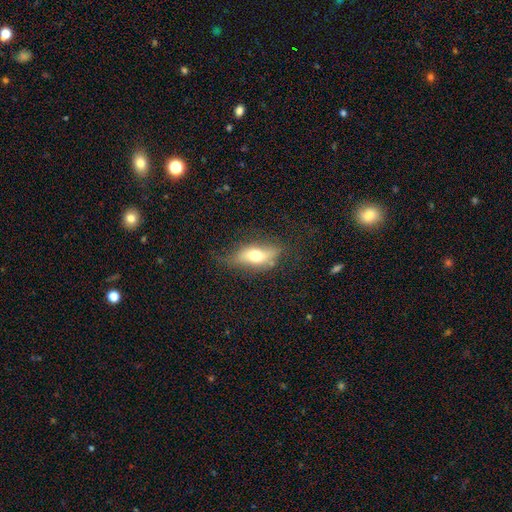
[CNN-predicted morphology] This appears to be a smooth galaxy with no disk features (59%) that is in between round and cigar-shaped (75%). Merging: none (62%).